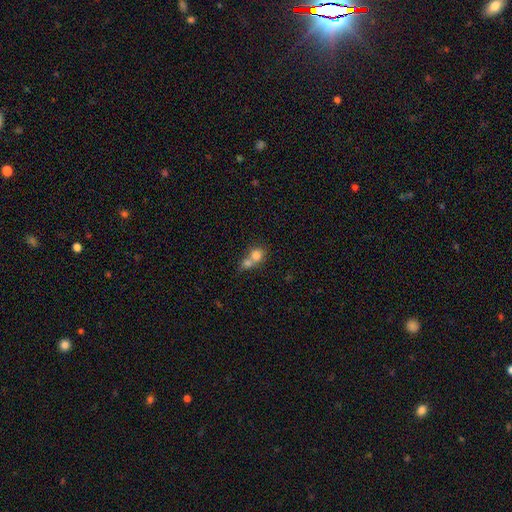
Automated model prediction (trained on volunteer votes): smooth-or-featured: smooth: 75% | featured or disk: 15% | star or artifact: 11%
  how-rounded: round: 75% | in between: 24% | cigar-shaped: 1%
  merging: merger: 67% | none: 25% | minor disturbance: 5% | major disturbance: 3%